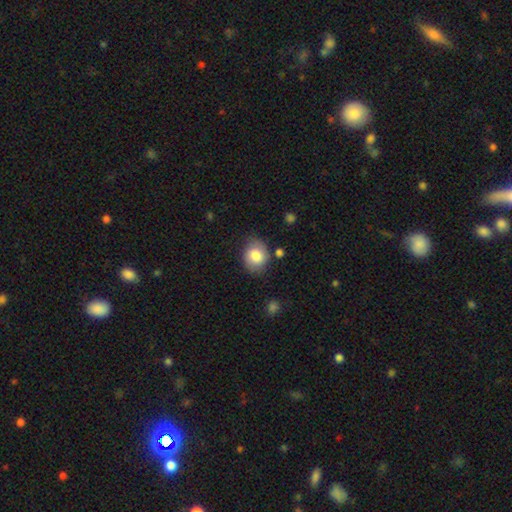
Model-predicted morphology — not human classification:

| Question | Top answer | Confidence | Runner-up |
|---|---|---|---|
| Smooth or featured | smooth | 80% | featured or disk (12%) |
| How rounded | round | 52% | in between (47%) |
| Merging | none | 76% | minor disturbance (17%) |